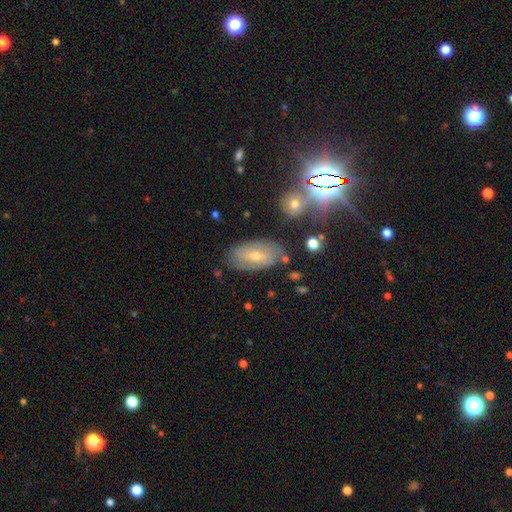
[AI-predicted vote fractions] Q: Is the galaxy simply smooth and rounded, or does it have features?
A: featured or disk — 58%.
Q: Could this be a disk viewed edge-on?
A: no — 89%.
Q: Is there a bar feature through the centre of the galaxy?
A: no — 45%.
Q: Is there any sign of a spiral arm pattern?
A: yes — 71%.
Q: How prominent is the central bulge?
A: small — 55%.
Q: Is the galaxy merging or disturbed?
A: none — 76%.